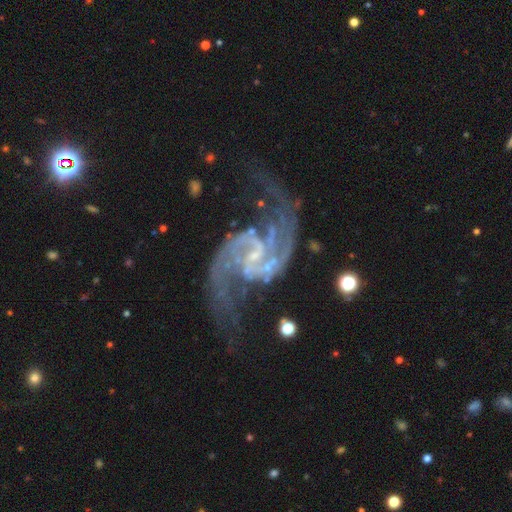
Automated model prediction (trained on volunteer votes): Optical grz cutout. It shows a featured or disk galaxy (93%) with a weak bar (51%), 2 (93%) loose (47%) spiral arms (98%) and a small central bulge (69%). Merging: none (59%).